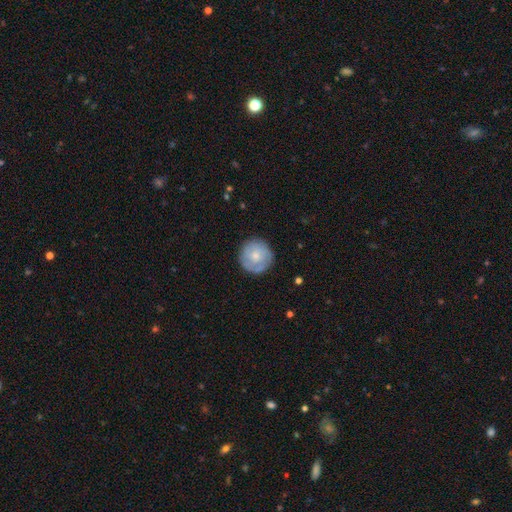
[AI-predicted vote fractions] smooth 61%, featured or disk 33%, star or artifact 6%. Down the decision tree: how rounded — round (95%); merging — none (83%).